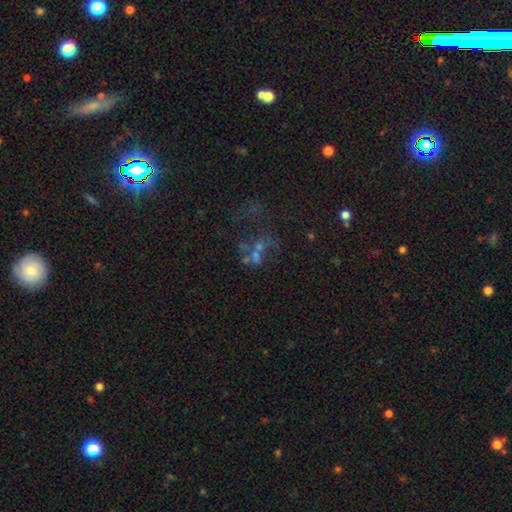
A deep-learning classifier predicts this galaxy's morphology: Q: Smooth or featured?
A: featured or disk (43%); runner-up: star or artifact (30%)
Q: Merging?
A: merger (31%); runner-up: none (30%)